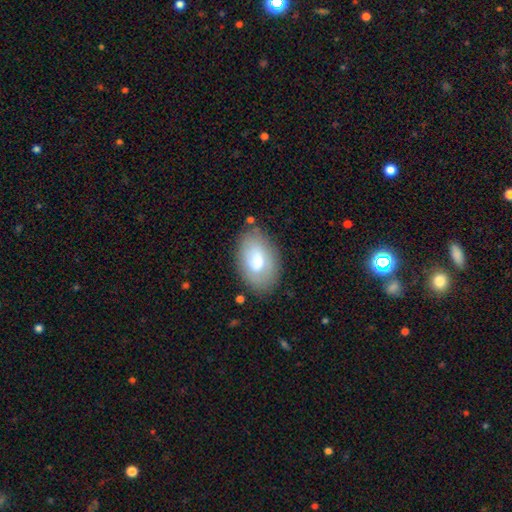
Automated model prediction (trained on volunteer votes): The model was most divided on "smooth or featured": smooth: 67%, featured or disk: 24%, star or artifact: 8%. More confident: how rounded — in between (92%); merging — none (81%).